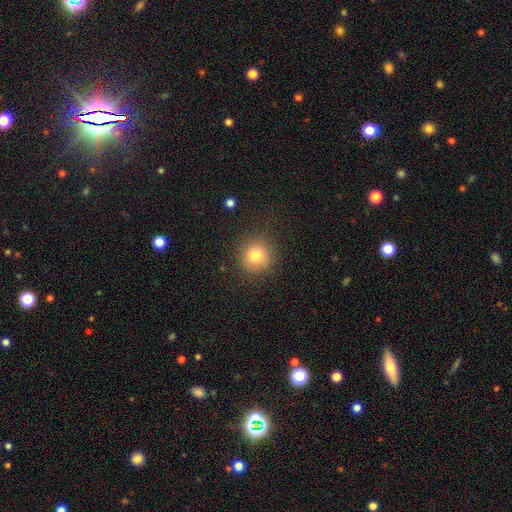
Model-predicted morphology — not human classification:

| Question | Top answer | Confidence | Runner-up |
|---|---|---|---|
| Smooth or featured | smooth | 79% | star or artifact (12%) |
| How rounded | round | 93% | in between (6%) |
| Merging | none | 85% | minor disturbance (9%) |